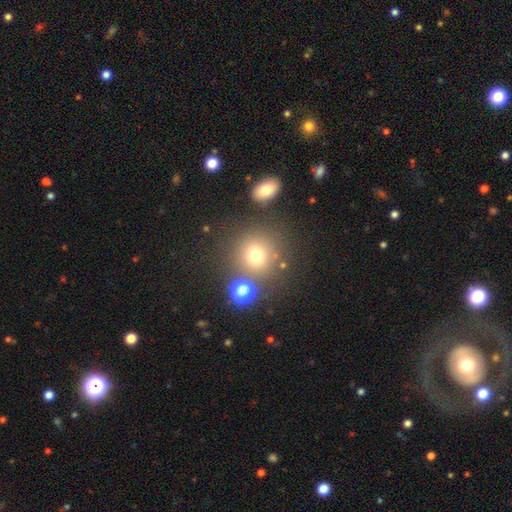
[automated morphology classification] Smooth or featured? Predicted: smooth (p=0.72). How rounded? Predicted: round (p=0.91). Merging? Predicted: none (p=0.76).